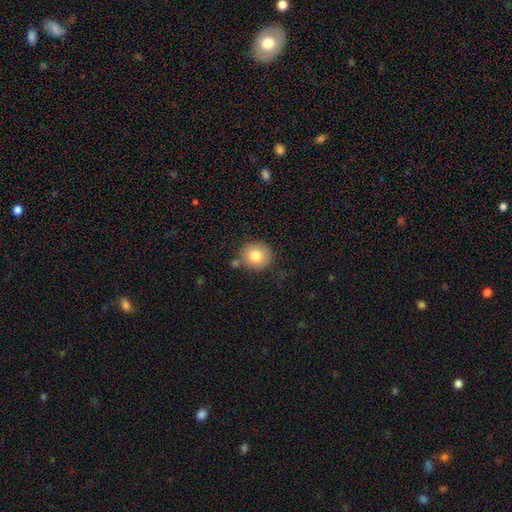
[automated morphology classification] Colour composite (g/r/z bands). It shows a smooth galaxy with no disk features (78%) that is round (88%). Merging: none (77%).